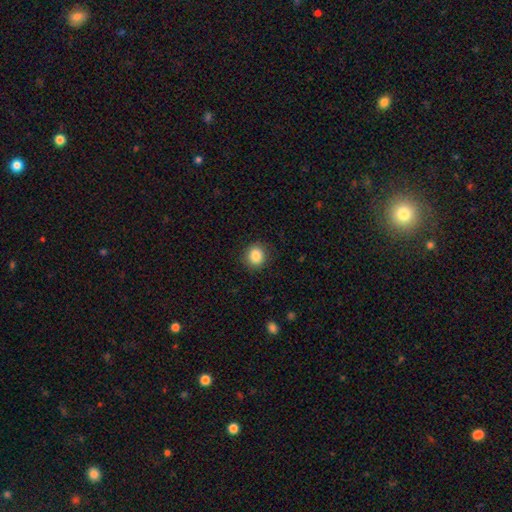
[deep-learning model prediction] The model was most divided on "how rounded": round: 79%, in between: 20%, cigar-shaped: 1%. More confident: merging — none (89%); smooth or featured — smooth (86%).